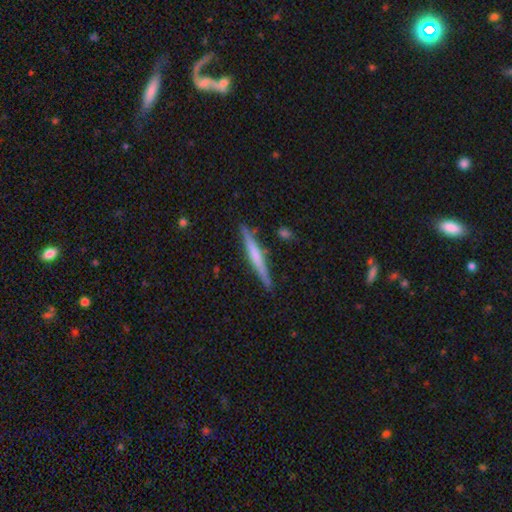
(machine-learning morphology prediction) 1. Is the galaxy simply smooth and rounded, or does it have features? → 51% featured or disk, 44% smooth, 6% star or artifact.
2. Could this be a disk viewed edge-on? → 97% yes, 3% no.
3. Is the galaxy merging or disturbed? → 87% none, 9% minor disturbance, 2% merger, 2% major disturbance.